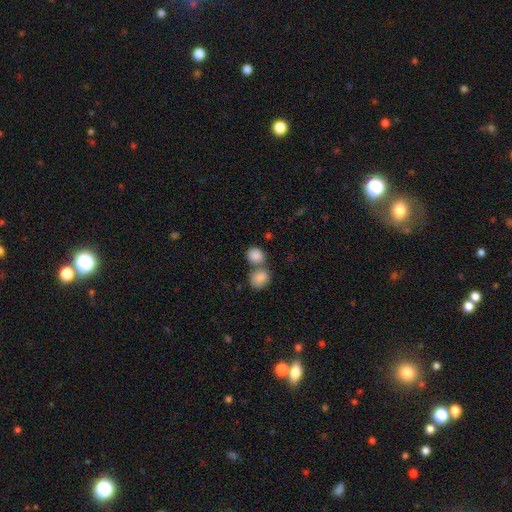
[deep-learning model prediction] Smooth or featured: smooth — 87% (star or artifact — 8%)
How rounded: round — 72% (in between — 27%)
Merging: merger — 46% (none — 44%)